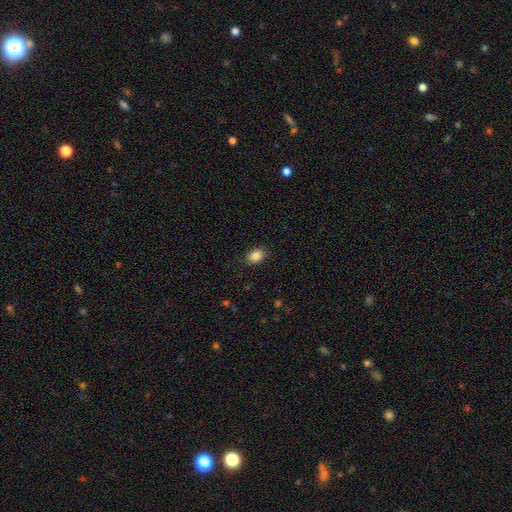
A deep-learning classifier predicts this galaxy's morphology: Smooth or featured?
  - smooth: 87% *
  - star or artifact: 9%
  - featured or disk: 4%
How rounded?
  - in between: 70% *
  - round: 29%
  - cigar-shaped: 1%
Merging?
  - none: 88% *
  - minor disturbance: 9%
  - major disturbance: 2%
  - merger: 1%